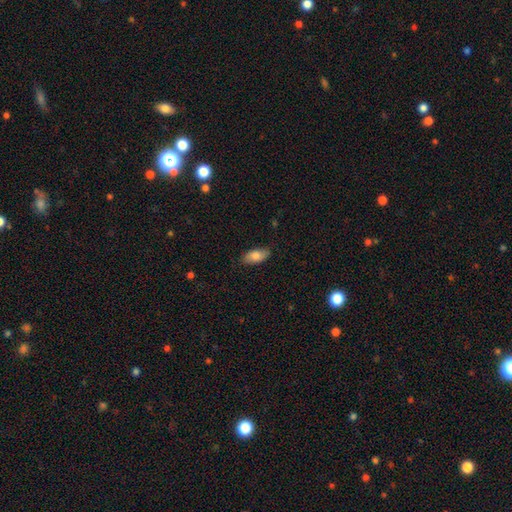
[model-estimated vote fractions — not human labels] This appears to be a smooth galaxy with no disk features (79%) that is in between round and cigar-shaped (90%). Merging: none (82%).